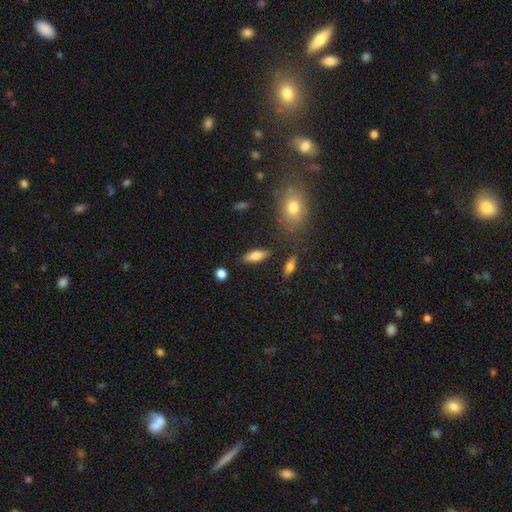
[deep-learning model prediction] Smooth or featured: smooth — 69% (featured or disk — 23%)
How rounded: in between — 67% (cigar-shaped — 30%)
Merging: none — 82% (minor disturbance — 11%)